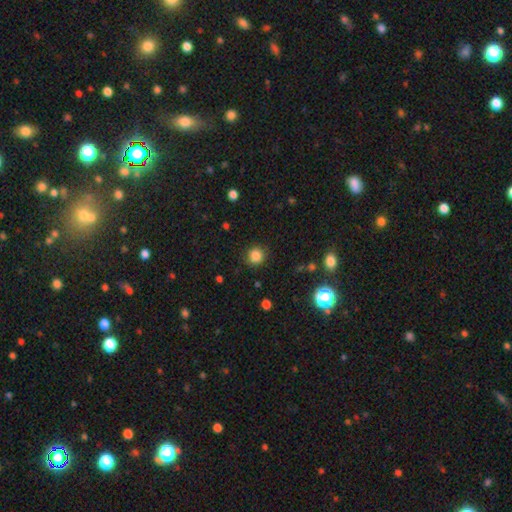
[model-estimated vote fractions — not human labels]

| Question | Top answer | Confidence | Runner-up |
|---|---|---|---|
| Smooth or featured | smooth | 84% | star or artifact (12%) |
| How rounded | round | 91% | in between (8%) |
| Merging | none | 89% | minor disturbance (7%) |